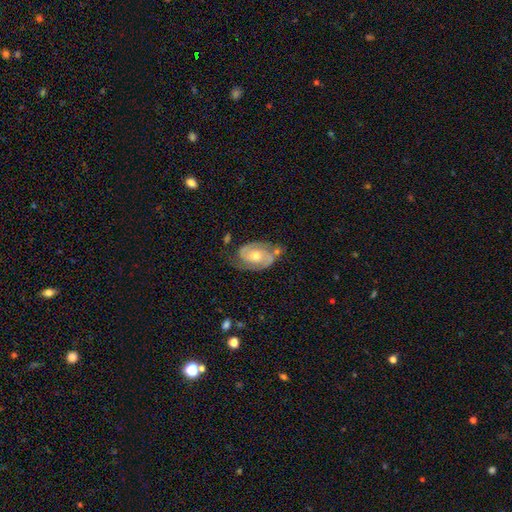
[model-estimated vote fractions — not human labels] This is clearly a featured or disk galaxy (84%). It is clearly not viewed edge-on (97%). Bar: likely no (66%). Spiral arm pattern: clearly yes (94%). Spiral arm count: clearly 2 (85%). Spiral winding: possibly tight (49%). Central bulge: likely moderate (68%). Merging: likely none (62%).